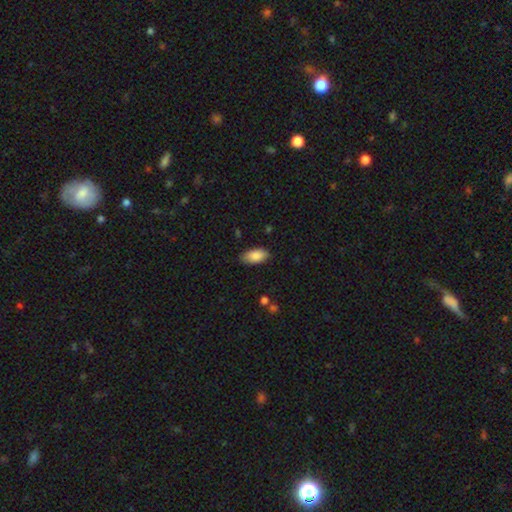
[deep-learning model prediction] Smooth or featured? smooth (88%)
How rounded? in between (93%)
Merging? none (81%)